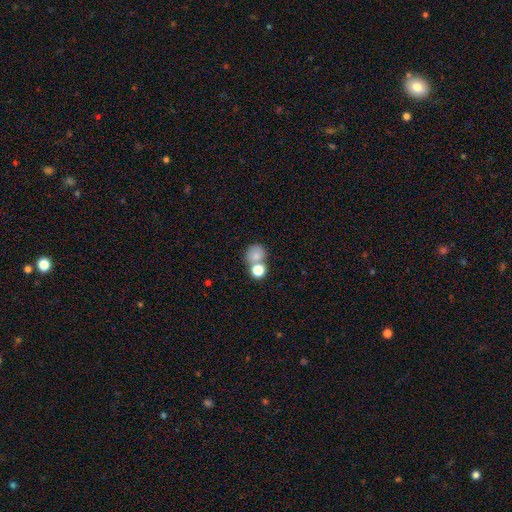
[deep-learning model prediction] This is likely a smooth galaxy (78%). How rounded: likely round (76%). Merging: marginally none (43%, tied with merger).